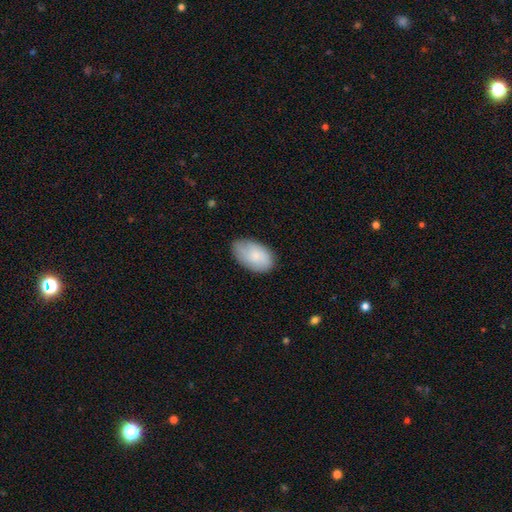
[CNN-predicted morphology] Overall: smooth (77%). How rounded: in between (93%). Merging: none (76%).